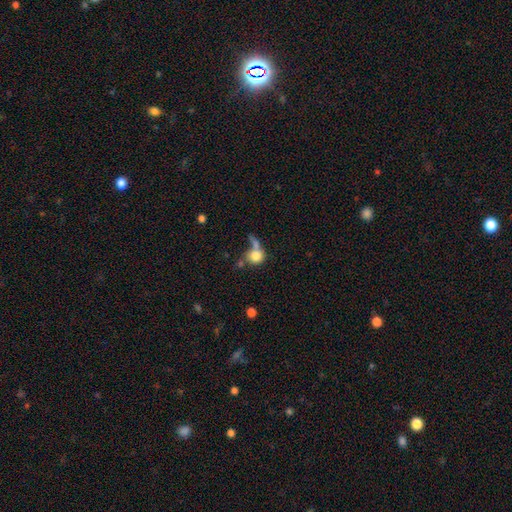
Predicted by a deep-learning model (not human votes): Smooth or featured: smooth — 78% (featured or disk — 13%)
How rounded: round — 78% (in between — 21%)
Merging: merger — 35% (none — 33%)